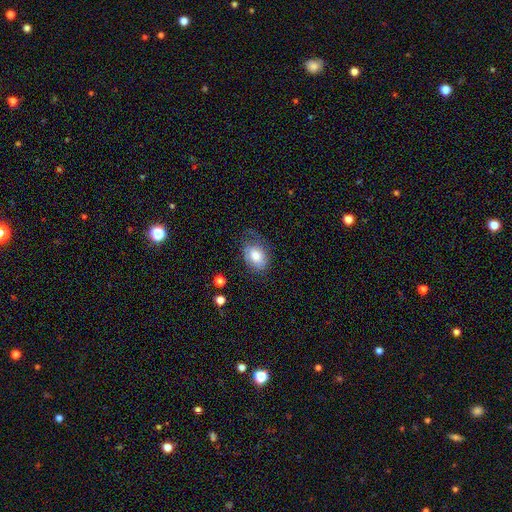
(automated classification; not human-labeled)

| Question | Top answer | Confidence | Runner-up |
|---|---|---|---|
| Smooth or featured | smooth | 72% | featured or disk (20%) |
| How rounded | in between | 80% | round (19%) |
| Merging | none | 56% | minor disturbance (27%) |